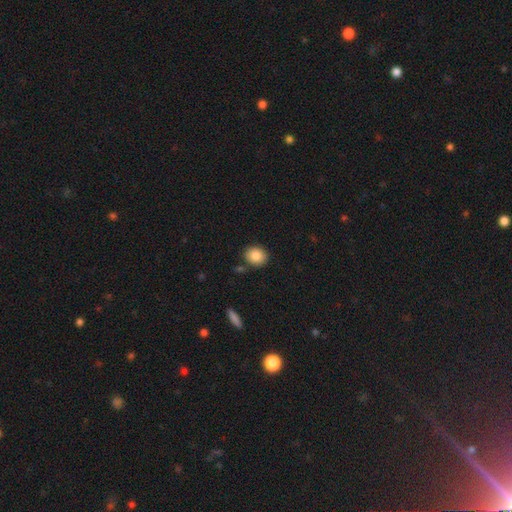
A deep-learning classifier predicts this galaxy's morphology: smooth 85%, star or artifact 8%, featured or disk 7%. Down the decision tree: how rounded — round (66%); merging — none (84%).